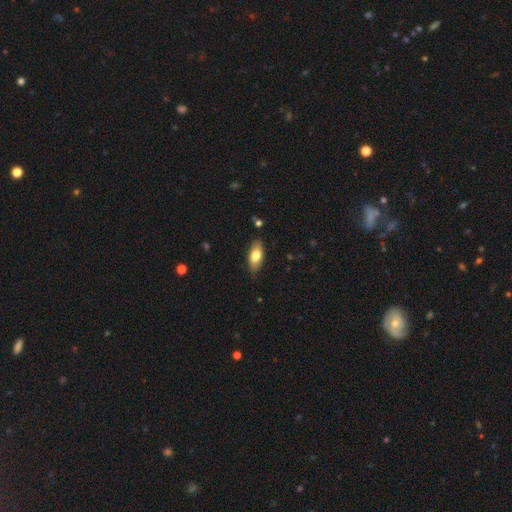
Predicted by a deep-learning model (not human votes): Q: Smooth or featured?
A: smooth (76%); runner-up: featured or disk (18%)
Q: How rounded?
A: in between (85%); runner-up: cigar-shaped (12%)
Q: Merging?
A: none (84%); runner-up: minor disturbance (12%)